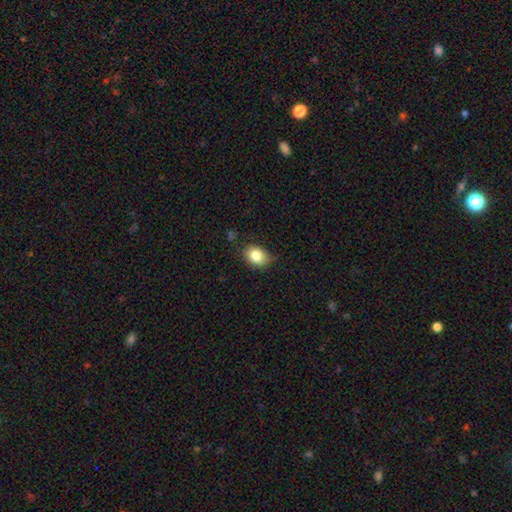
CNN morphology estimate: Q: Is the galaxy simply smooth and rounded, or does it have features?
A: smooth — 83%.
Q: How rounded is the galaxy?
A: in between — 60%.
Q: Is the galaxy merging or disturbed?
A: none — 66%.